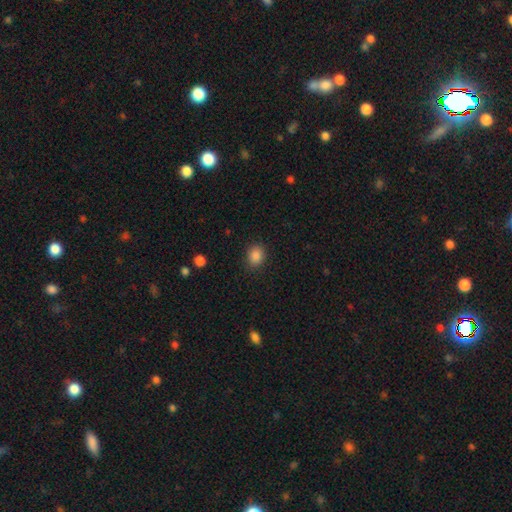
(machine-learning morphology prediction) This appears to be a smooth galaxy with no disk features (86%) that is round (55%). Merging: none (87%).